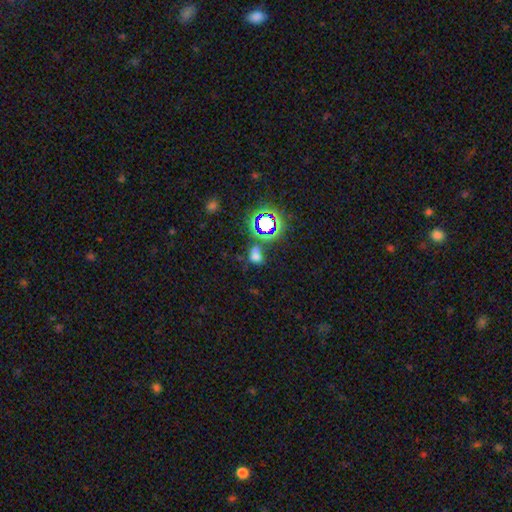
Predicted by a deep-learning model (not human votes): This is possibly a smooth galaxy (48%). Merging: marginally none (44%).